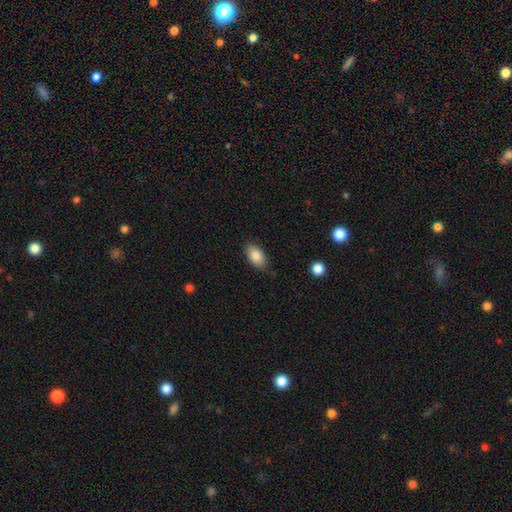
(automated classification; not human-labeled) Overall: smooth (86%). How rounded: in between (93%). Merging: none (83%).